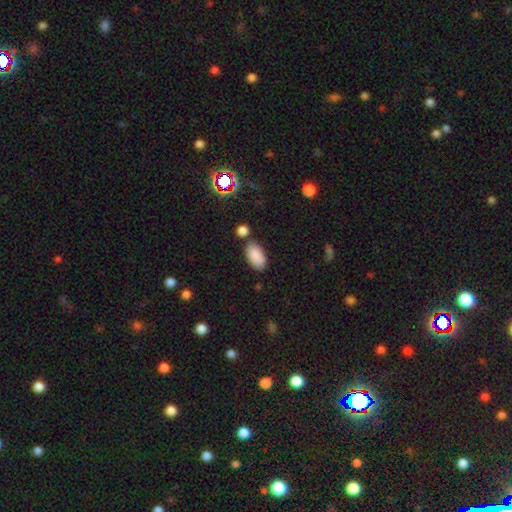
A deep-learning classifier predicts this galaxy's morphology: smooth_or_featured: smooth (p=0.87) [alt: star or artifact p=0.08]
how_rounded: in between (p=0.94) [alt: round p=0.03]
merging: none (p=0.74) [alt: minor disturbance p=0.13]